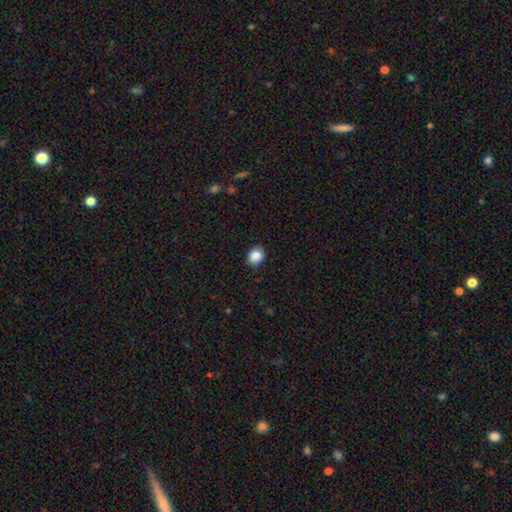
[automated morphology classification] This is clearly a smooth galaxy (87%). How rounded: likely round (69%). Merging: clearly none (89%).